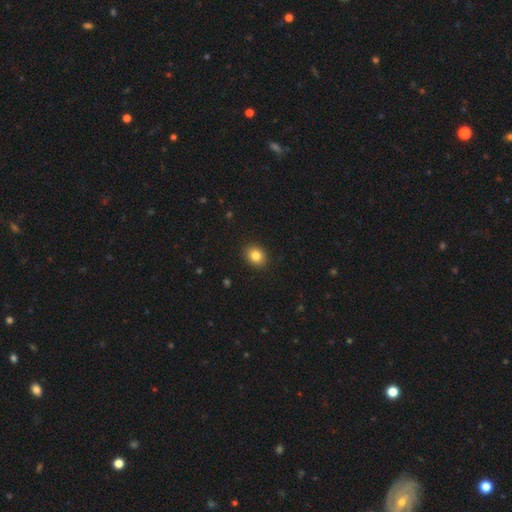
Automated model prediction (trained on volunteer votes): smooth-or-featured: smooth: 84% | star or artifact: 10% | featured or disk: 7%
  how-rounded: round: 50% | in between: 49% | cigar-shaped: 1%
  merging: none: 90% | minor disturbance: 7% | major disturbance: 2% | merger: 1%